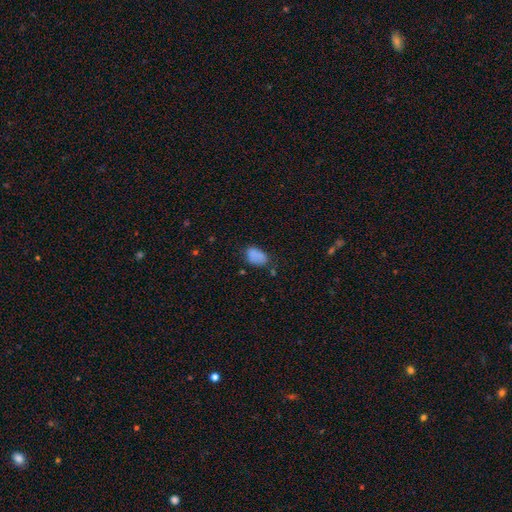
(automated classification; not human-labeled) Smooth or featured? smooth (80%)
How rounded? in between (89%)
Merging? none (63%)